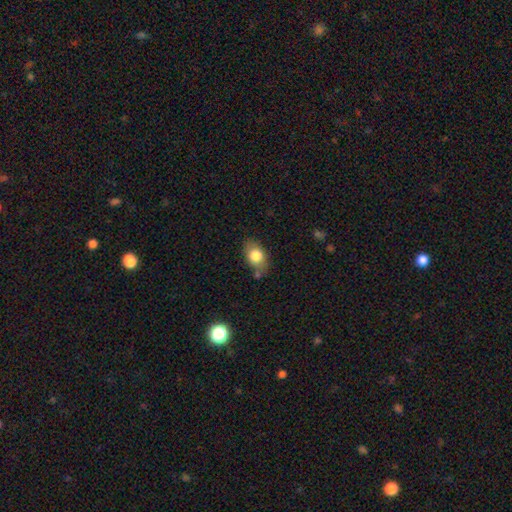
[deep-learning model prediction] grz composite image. It shows a smooth galaxy with no disk features (80%) that is in between round and cigar-shaped (78%). Merging: none (69%).